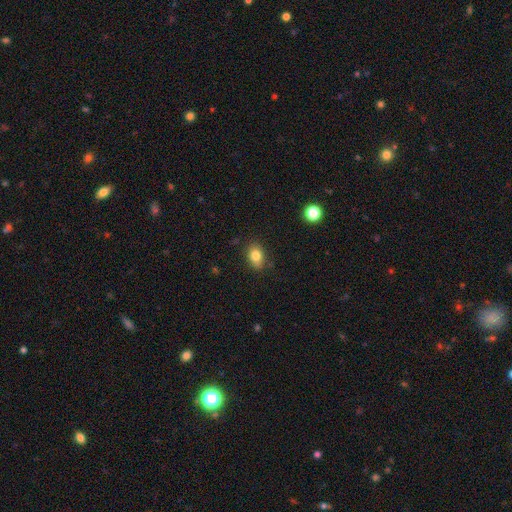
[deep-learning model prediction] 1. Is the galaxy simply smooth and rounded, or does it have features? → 81% smooth, 10% star or artifact, 9% featured or disk.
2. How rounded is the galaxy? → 74% in between, 24% round, 2% cigar-shaped.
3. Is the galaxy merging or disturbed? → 80% none, 15% minor disturbance, 3% major disturbance, 2% merger.